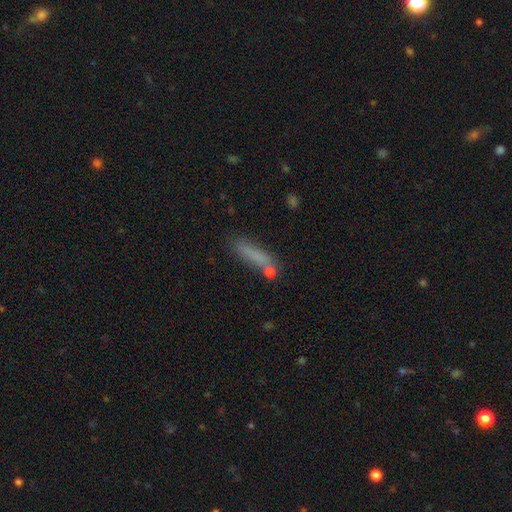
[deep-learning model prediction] Morphology: type=smooth (74%); roundness=cigar-shaped (80%); merging=none (67%).